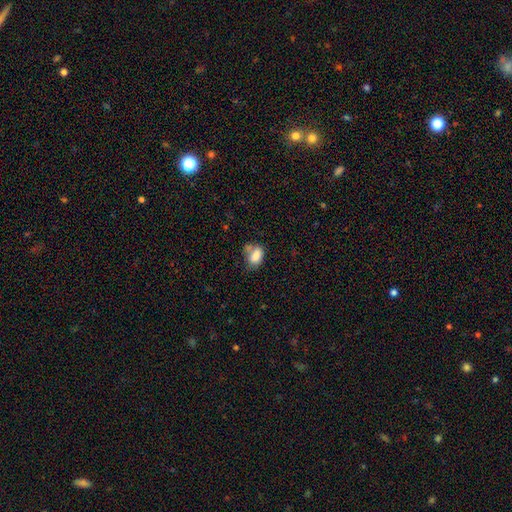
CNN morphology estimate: This appears to be a smooth galaxy with no disk features (79%) that is in between round and cigar-shaped (85%). Merging: none (37%).